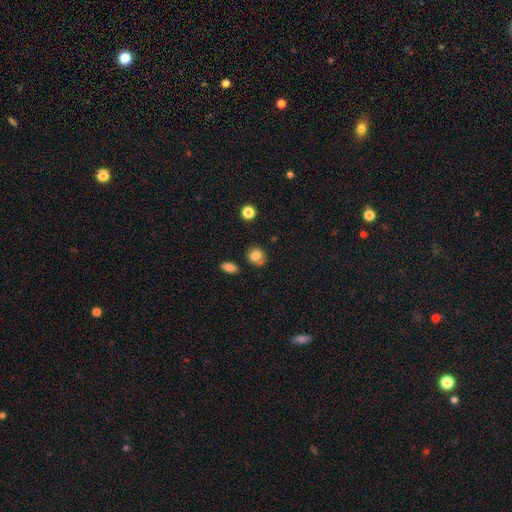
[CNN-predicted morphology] Smooth or featured: smooth — 80% (star or artifact — 11%)
How rounded: round — 68% (in between — 31%)
Merging: none — 65% (minor disturbance — 19%)